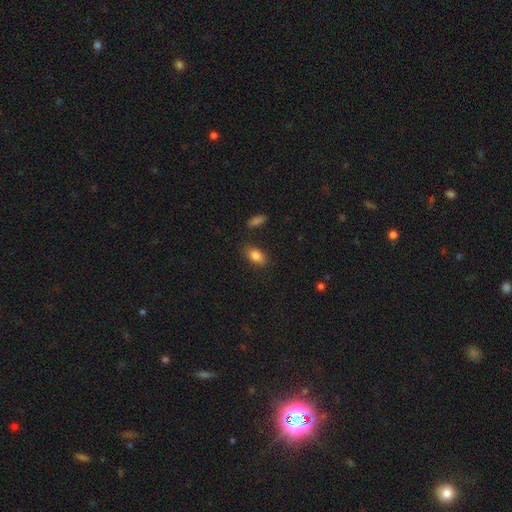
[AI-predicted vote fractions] This appears to be a smooth galaxy with no disk features (84%) that is in between round and cigar-shaped (88%). Merging: none (82%).